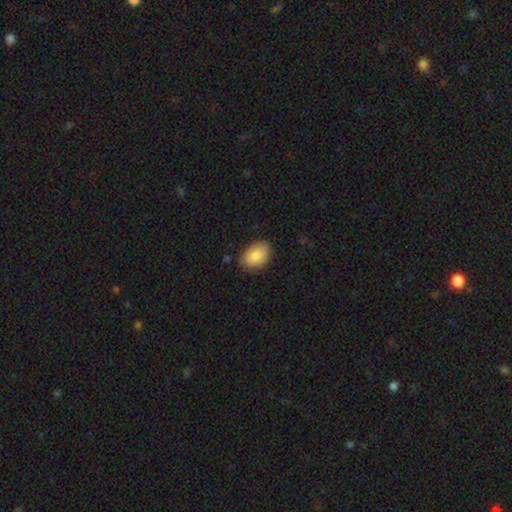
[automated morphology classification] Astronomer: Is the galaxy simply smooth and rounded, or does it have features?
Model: smooth — 85%.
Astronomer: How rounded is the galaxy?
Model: in between — 84%.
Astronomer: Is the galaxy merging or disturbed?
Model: none — 81%.